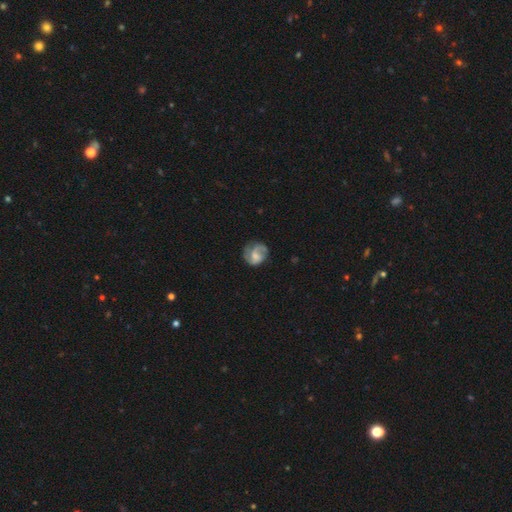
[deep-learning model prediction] This appears to be a featured or disk galaxy (58%) with no bar (50%), spiral arms (83%) and a moderate central bulge (35%). Merging: none (61%).